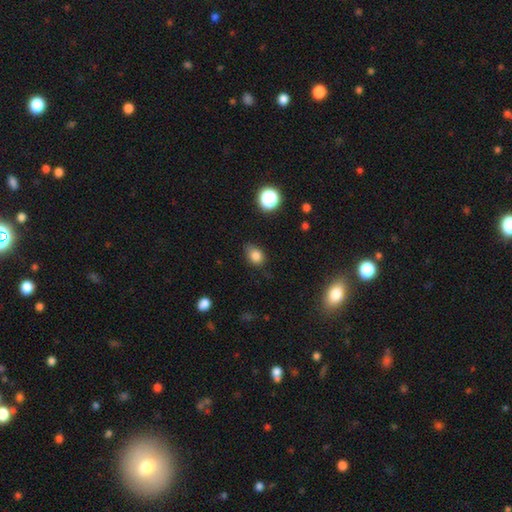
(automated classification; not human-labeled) Overall: smooth (82%). How rounded: in between (50%; round 49%). Merging: none (65%; minor disturbance 28%).